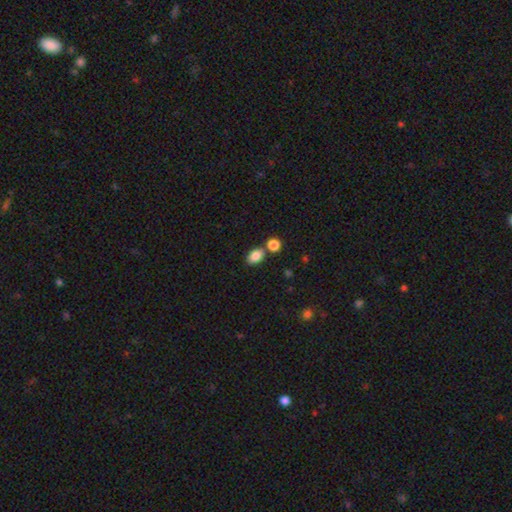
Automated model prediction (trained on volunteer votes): smooth 85%, star or artifact 9%, featured or disk 6%. Down the decision tree: how rounded — in between (80%); merging — none (65%).